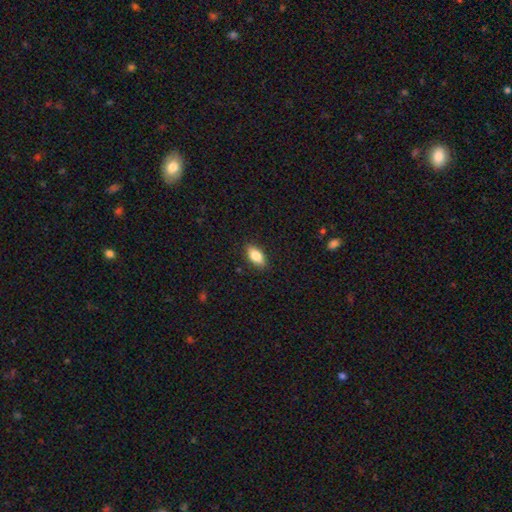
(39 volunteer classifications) Smooth or featured?
  - smooth: 74% *
  - featured or disk: 18%
  - star or artifact: 8%
How rounded?
  - in between: 79% *
  - round: 10%
  - cigar-shaped: 10%
Merging?
  - none: 86% *
  - minor disturbance: 8%
  - major disturbance: 6%
  - merger: 0%